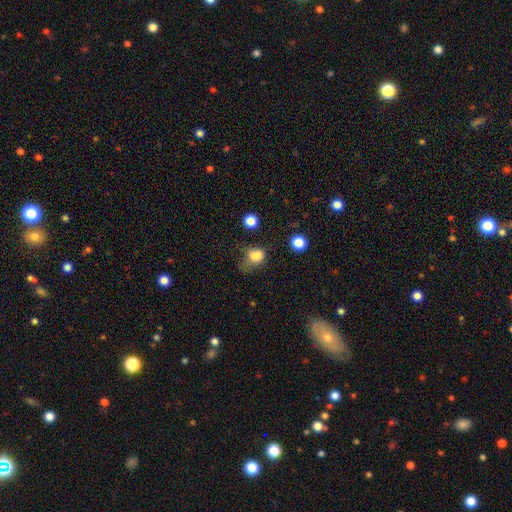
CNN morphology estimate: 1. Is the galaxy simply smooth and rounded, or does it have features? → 79% smooth, 12% star or artifact, 8% featured or disk.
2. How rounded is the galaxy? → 54% in between, 44% round, 1% cigar-shaped.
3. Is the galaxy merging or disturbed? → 32% minor disturbance, 31% major disturbance, 31% none, 6% merger.